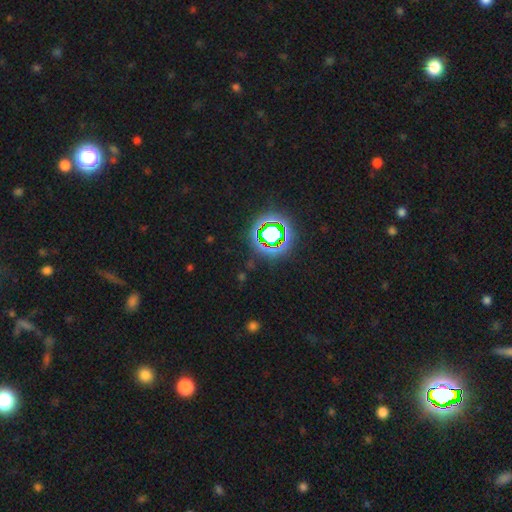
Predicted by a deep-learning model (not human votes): This appears to be a star or artifact, not a galaxy (79%).